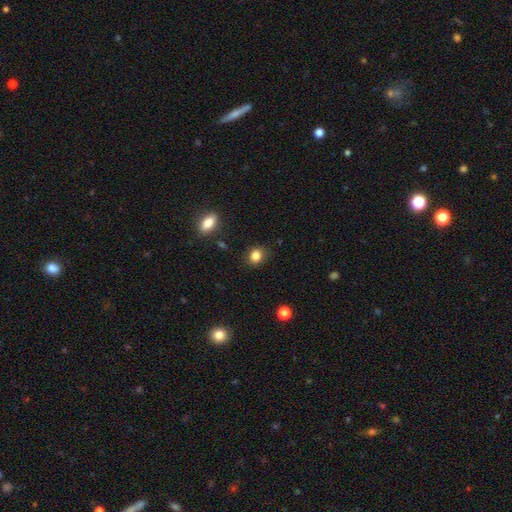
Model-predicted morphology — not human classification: This is clearly a smooth galaxy (85%). How rounded: likely round (65%). Merging: clearly none (84%).